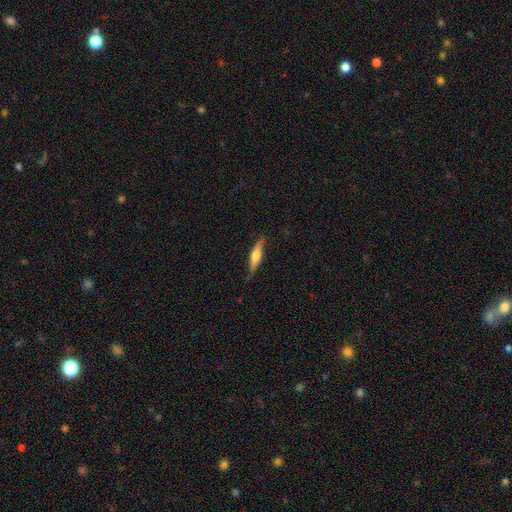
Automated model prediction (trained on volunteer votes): A featured or disk galaxy (52%) viewed edge-on (92%). Merging: none (76%).